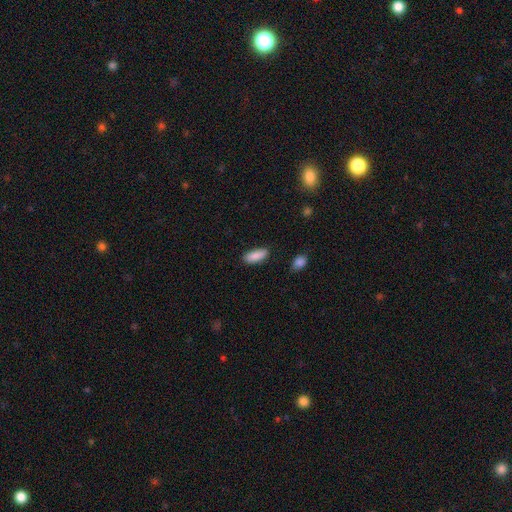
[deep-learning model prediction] Morphology: type=smooth (89%); roundness=in between (78%); merging=none (83%).